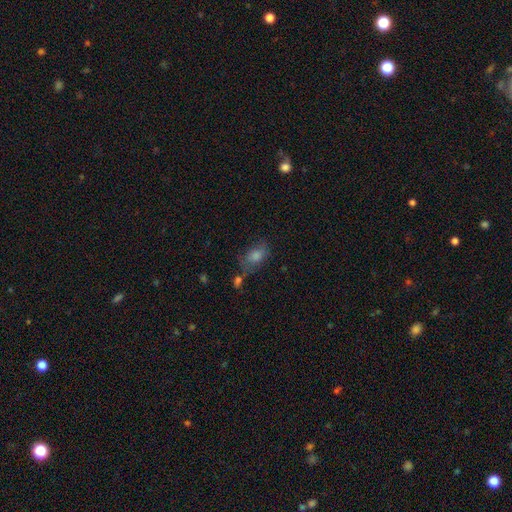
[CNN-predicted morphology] Q: Smooth or featured?
A: smooth (63%); runner-up: star or artifact (19%)
Q: How rounded?
A: in between (79%); runner-up: round (18%)
Q: Merging?
A: none (58%); runner-up: minor disturbance (21%)